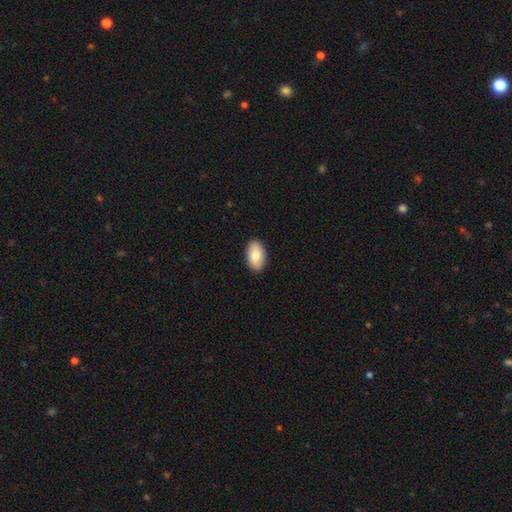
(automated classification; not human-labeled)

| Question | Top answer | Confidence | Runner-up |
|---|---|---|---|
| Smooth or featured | smooth | 83% | featured or disk (12%) |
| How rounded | in between | 94% | round (4%) |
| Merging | none | 90% | minor disturbance (8%) |